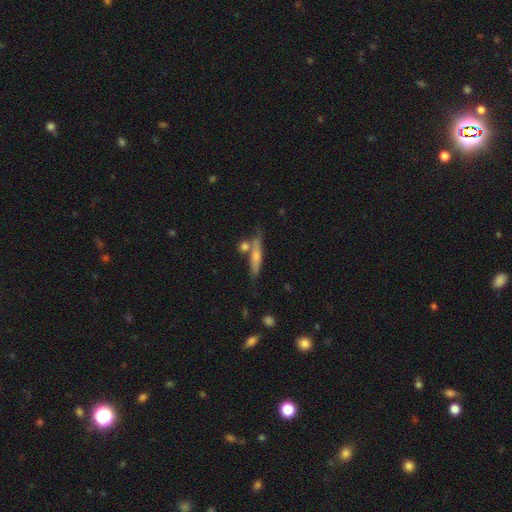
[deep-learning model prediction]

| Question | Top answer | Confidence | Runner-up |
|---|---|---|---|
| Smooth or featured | smooth | 60% | featured or disk (33%) |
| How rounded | cigar-shaped | 82% | in between (14%) |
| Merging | none | 61% | merger (18%) |